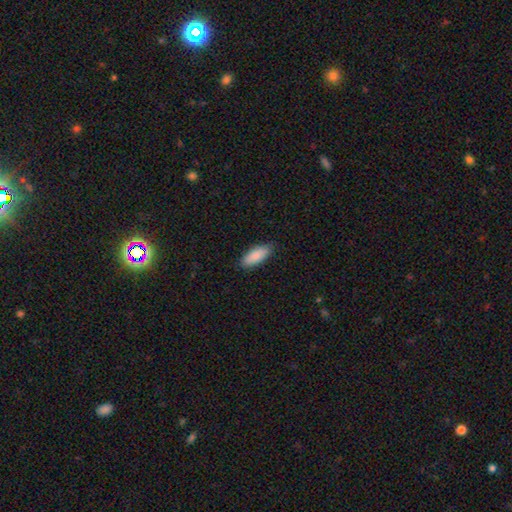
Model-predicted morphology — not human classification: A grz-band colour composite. It shows a smooth galaxy with no disk features (88%) that is in between round and cigar-shaped (77%). Merging: none (88%).